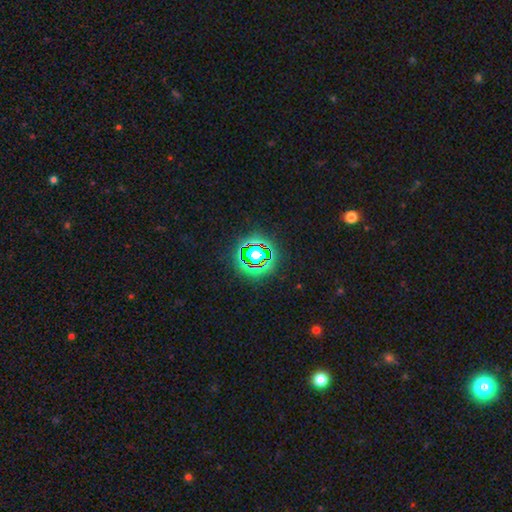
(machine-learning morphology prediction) smooth_or_featured: star or artifact (p=0.67) [alt: smooth p=0.21]